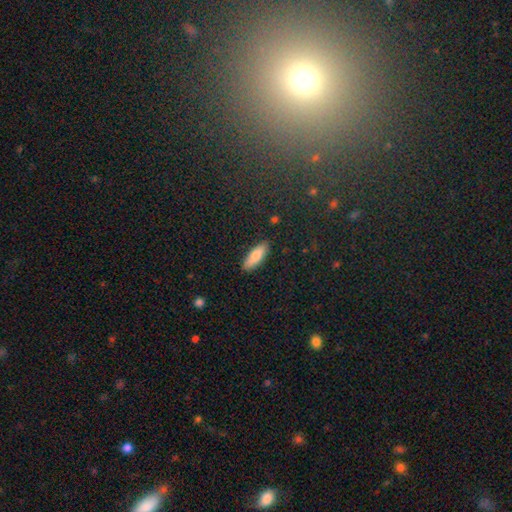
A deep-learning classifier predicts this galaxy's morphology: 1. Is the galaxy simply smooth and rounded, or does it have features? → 82% smooth, 12% featured or disk, 6% star or artifact.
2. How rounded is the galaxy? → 56% in between, 42% cigar-shaped, 2% round.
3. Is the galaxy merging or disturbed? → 89% none, 8% minor disturbance, 2% major disturbance, 1% merger.